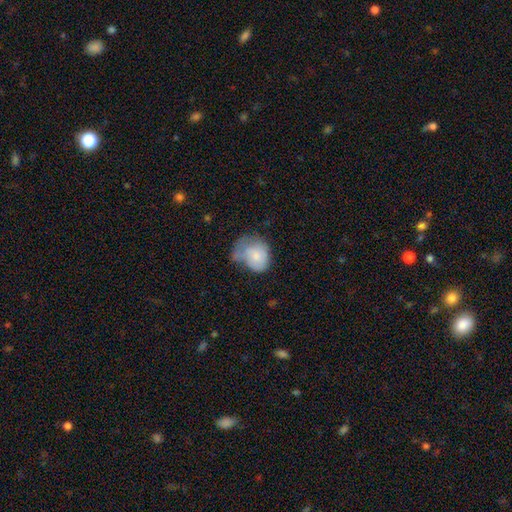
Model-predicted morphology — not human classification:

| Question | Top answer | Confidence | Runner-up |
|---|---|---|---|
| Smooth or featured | smooth | 72% | featured or disk (21%) |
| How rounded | in between | 50% | round (49%) |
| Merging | minor disturbance | 35% | major disturbance (33%) |